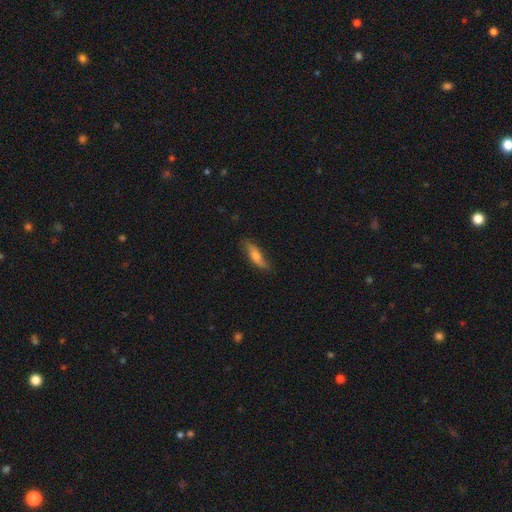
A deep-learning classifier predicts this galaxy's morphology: Smooth or featured: smooth — 58% (featured or disk — 35%)
How rounded: cigar-shaped — 60% (in between — 38%)
Merging: none — 77% (minor disturbance — 18%)